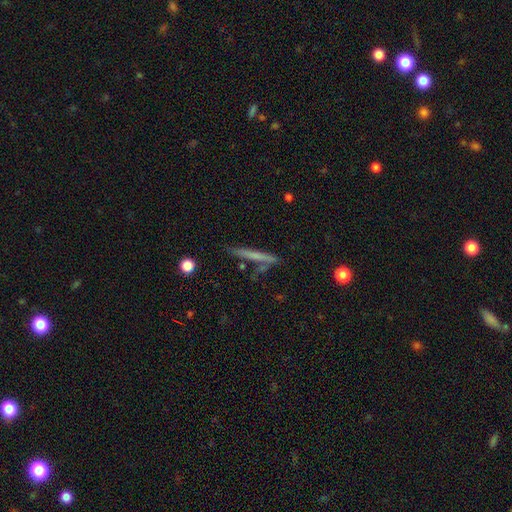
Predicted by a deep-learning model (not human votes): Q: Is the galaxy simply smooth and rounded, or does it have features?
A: smooth — 52%.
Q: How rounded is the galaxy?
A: cigar-shaped — 95%.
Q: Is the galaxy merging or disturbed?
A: none — 79%.